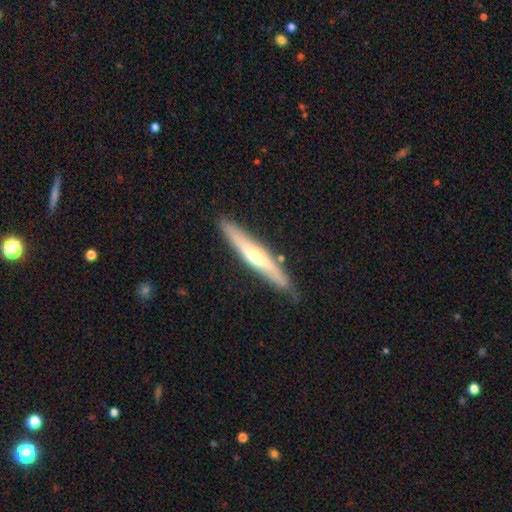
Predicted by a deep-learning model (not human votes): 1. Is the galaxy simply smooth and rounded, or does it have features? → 62% featured or disk, 33% smooth, 5% star or artifact.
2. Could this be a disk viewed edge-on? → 88% yes, 12% no.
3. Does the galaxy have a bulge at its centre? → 78% rounded, 16% none, 5% boxy.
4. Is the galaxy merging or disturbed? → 83% none, 14% minor disturbance, 2% major disturbance, 2% merger.